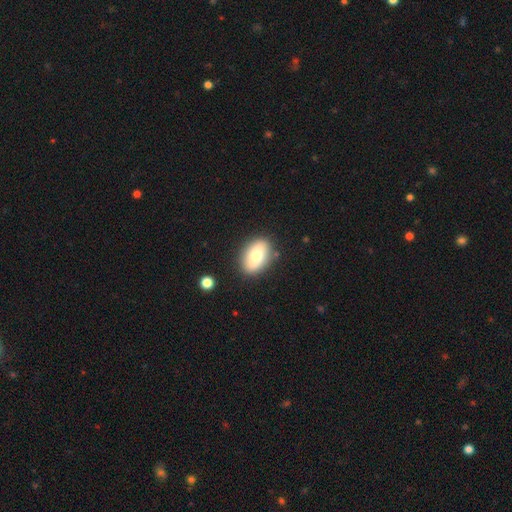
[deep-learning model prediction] smooth_or_featured: smooth (p=0.73) [alt: featured or disk p=0.19]
how_rounded: in between (p=0.87) [alt: round p=0.11]
merging: none (p=0.85) [alt: minor disturbance p=0.10]